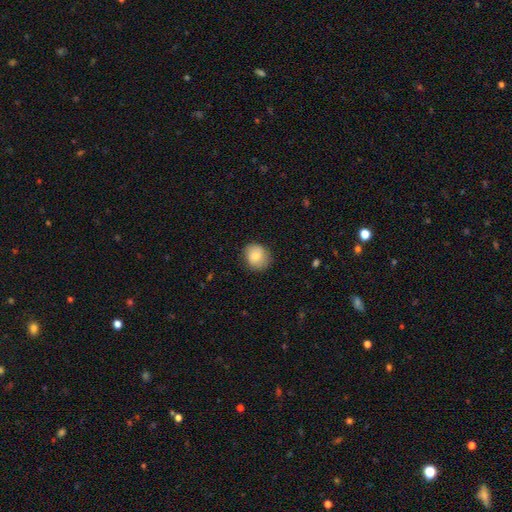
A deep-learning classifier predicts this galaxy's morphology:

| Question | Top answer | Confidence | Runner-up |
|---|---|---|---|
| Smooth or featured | smooth | 81% | featured or disk (11%) |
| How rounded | round | 77% | in between (22%) |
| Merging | none | 83% | minor disturbance (13%) |